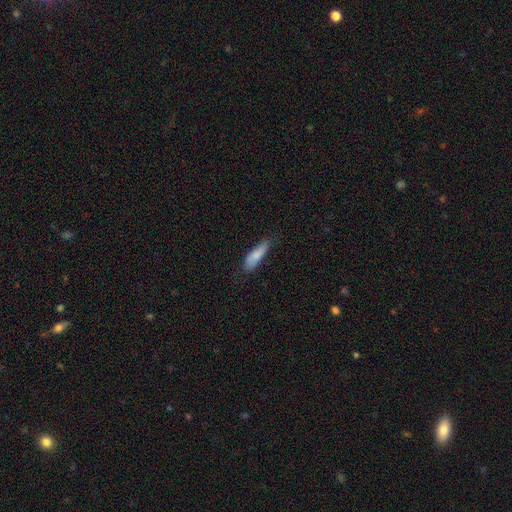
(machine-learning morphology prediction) Smooth or featured? smooth (81%)
How rounded? in between (50%)
Merging? none (60%)